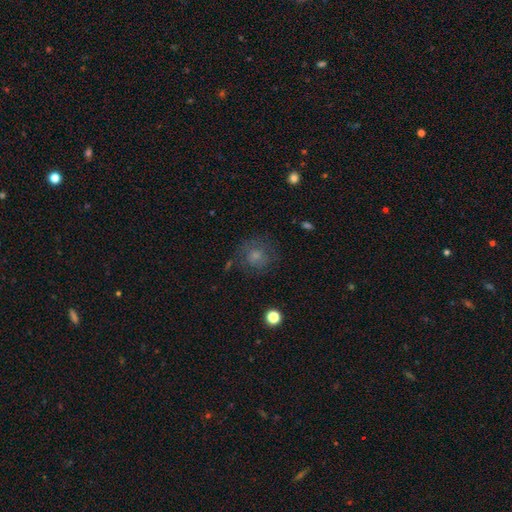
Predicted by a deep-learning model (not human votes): Q: Smooth or featured?
A: smooth (62%); runner-up: featured or disk (25%)
Q: How rounded?
A: round (85%); runner-up: in between (14%)
Q: Merging?
A: none (67%); runner-up: minor disturbance (18%)